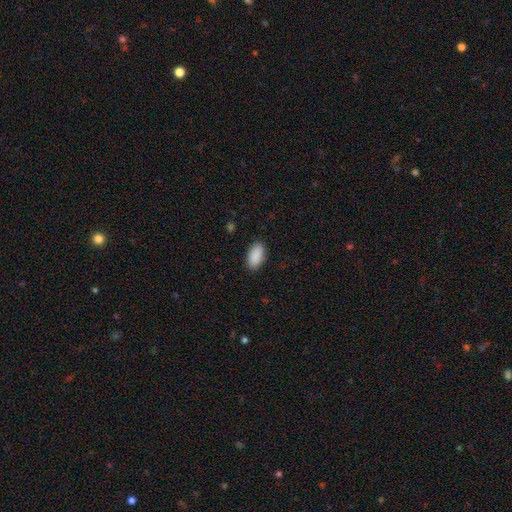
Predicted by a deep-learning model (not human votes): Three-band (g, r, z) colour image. It shows a smooth galaxy with no disk features (91%) that is in between round and cigar-shaped (93%). Merging: none (89%).